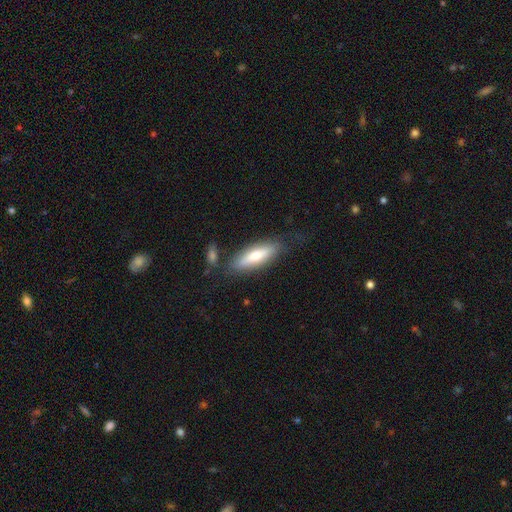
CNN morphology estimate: Overall: smooth (61%; featured or disk 33%). How rounded: cigar-shaped (49%, tied with in between). Merging: none (72%).